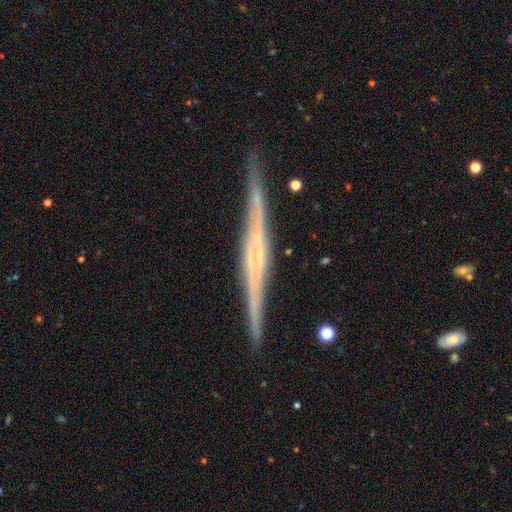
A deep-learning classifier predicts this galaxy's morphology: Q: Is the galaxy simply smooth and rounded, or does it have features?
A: featured or disk — 83%.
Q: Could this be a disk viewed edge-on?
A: yes — 98%.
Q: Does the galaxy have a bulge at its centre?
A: boxy — 40%.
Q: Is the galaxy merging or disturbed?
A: none — 88%.